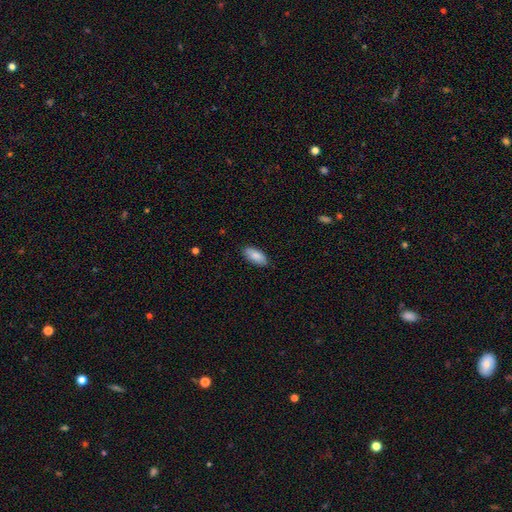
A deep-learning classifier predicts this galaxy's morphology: Q: Smooth or featured?
A: smooth (87%); runner-up: featured or disk (8%)
Q: How rounded?
A: in between (87%); runner-up: cigar-shaped (11%)
Q: Merging?
A: none (87%); runner-up: minor disturbance (10%)